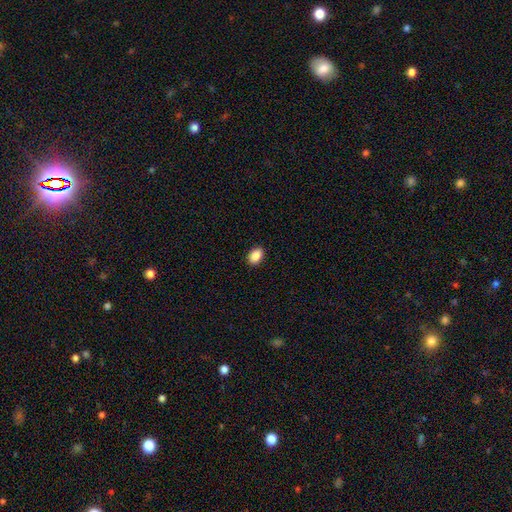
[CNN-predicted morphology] type=smooth (88%); roundness=in between (82%); merging=none (91%).